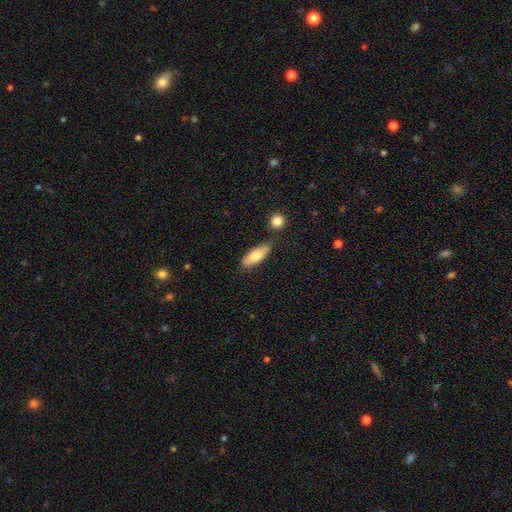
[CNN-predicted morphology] This is likely a smooth galaxy (79%). How rounded: likely in between (70%). Merging: likely none (71%).